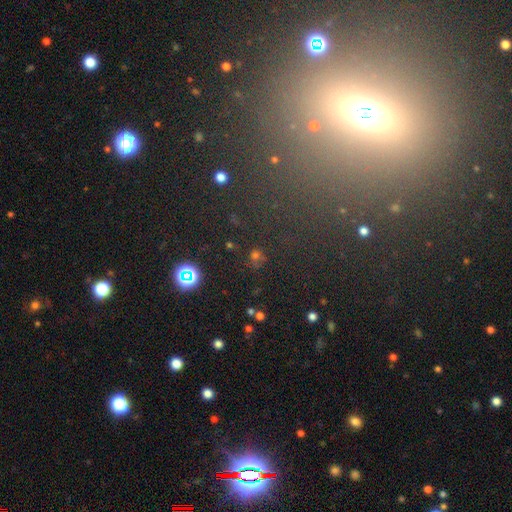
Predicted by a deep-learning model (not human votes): The model was most divided on "smooth or featured": smooth: 46%, star or artifact: 45%, featured or disk: 10%. More confident: merging — none (80%).